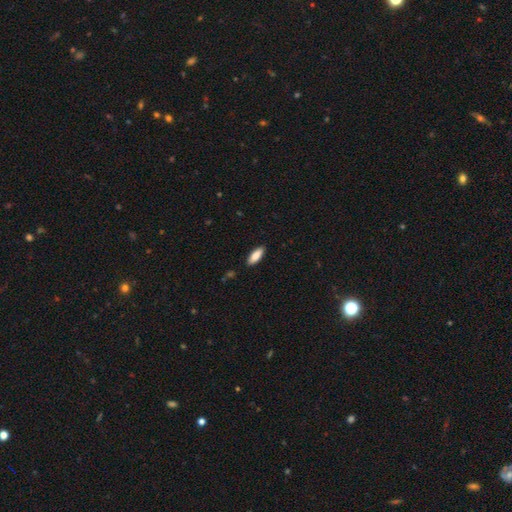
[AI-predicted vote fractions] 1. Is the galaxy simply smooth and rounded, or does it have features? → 85% smooth, 9% featured or disk, 6% star or artifact.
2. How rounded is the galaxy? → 68% in between, 30% cigar-shaped, 2% round.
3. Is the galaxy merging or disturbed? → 88% none, 9% minor disturbance, 2% major disturbance, 1% merger.